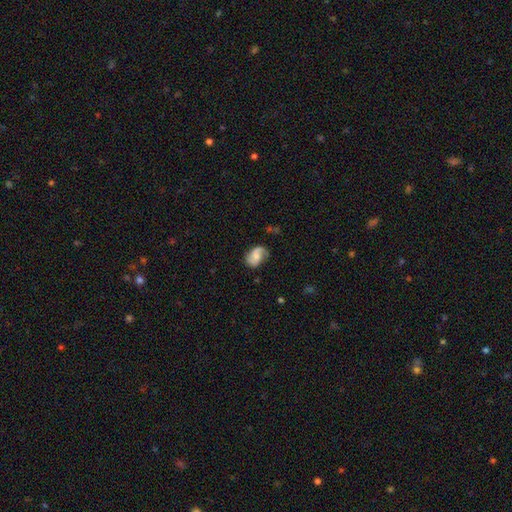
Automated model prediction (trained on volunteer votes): Smooth or featured: featured or disk — 55% (smooth — 37%)
Edge-on disk: no — 97% (yes — 3%)
Bar: no — 58% (weak — 34%)
Spiral arms: yes — 90% (no — 10%)
Bulge size: small — 36% (moderate — 35%)
Merging: none — 60% (minor disturbance — 26%)